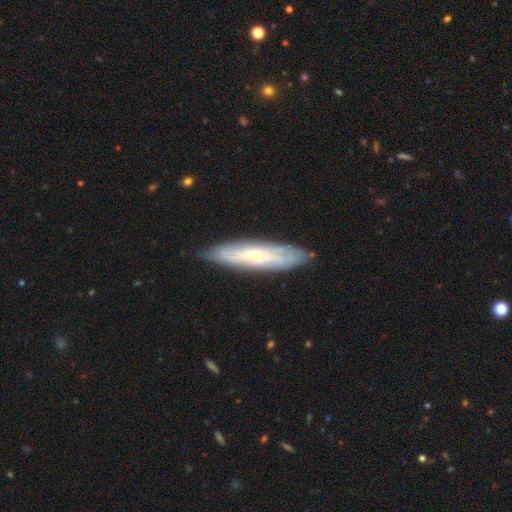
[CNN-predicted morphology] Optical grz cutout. It shows a featured or disk galaxy (64%). Merging: none (81%).